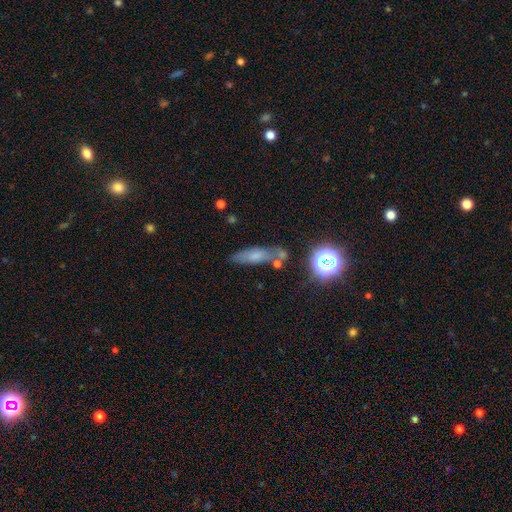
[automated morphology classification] A smooth galaxy with no disk features (60%) that is cigar-shaped (48%).

Vote fractions:
- Smooth or featured? smooth: 60% / featured or disk: 24% / star or artifact: 16%
- How rounded? cigar-shaped: 48% / in between: 44% / round: 8%
- Merging? none: 62% / minor disturbance: 19% / merger: 12% / major disturbance: 7%